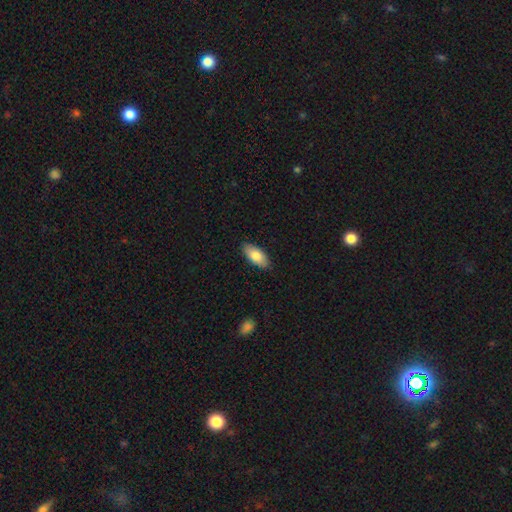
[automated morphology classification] Overall: smooth (83%). How rounded: in between (89%). Merging: none (87%).